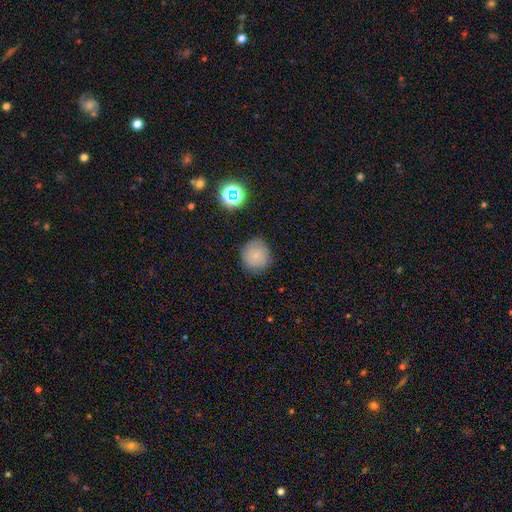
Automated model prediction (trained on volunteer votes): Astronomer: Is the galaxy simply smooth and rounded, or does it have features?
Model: smooth — 77%.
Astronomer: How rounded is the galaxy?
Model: round — 93%.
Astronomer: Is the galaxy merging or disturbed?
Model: none — 84%.